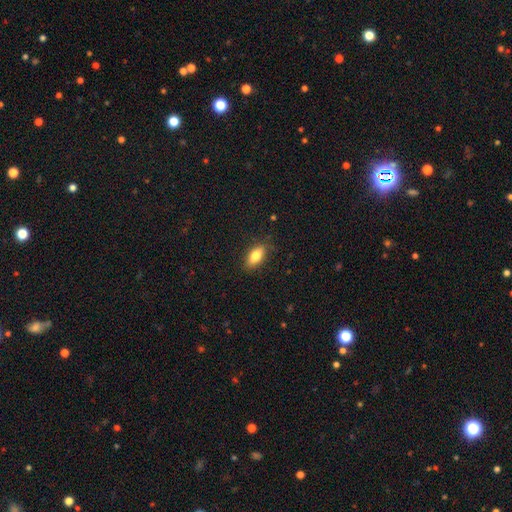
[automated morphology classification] smooth_or_featured: smooth (p=0.79) [alt: featured or disk p=0.14]
how_rounded: in between (p=0.83) [alt: cigar-shaped p=0.13]
merging: none (p=0.83) [alt: minor disturbance p=0.13]